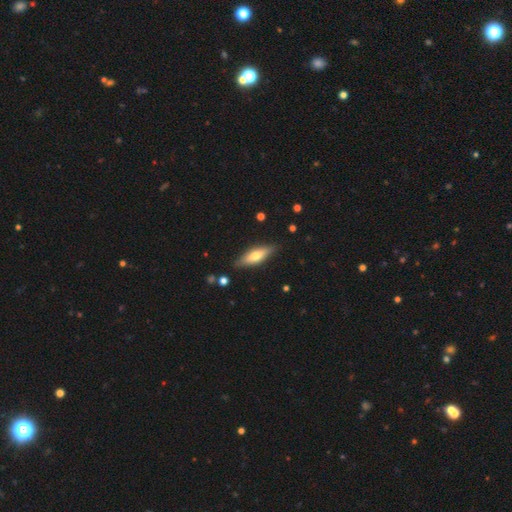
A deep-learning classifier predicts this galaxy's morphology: A smooth galaxy with no disk features (51%) that is cigar-shaped (50%). Merging: none (85%).